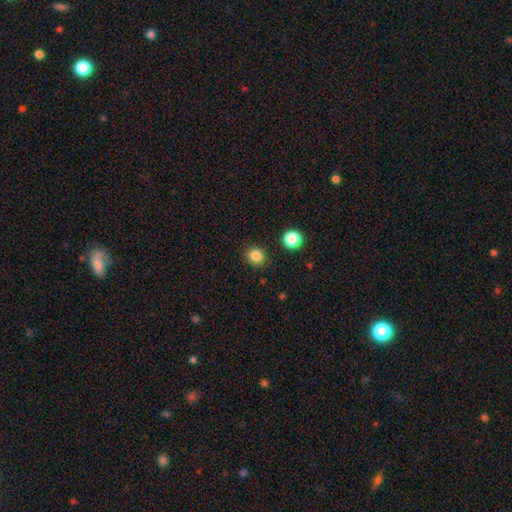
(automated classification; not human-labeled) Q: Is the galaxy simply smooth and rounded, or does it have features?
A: smooth — 84%.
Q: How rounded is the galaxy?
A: round — 80%.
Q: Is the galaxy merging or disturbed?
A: none — 88%.